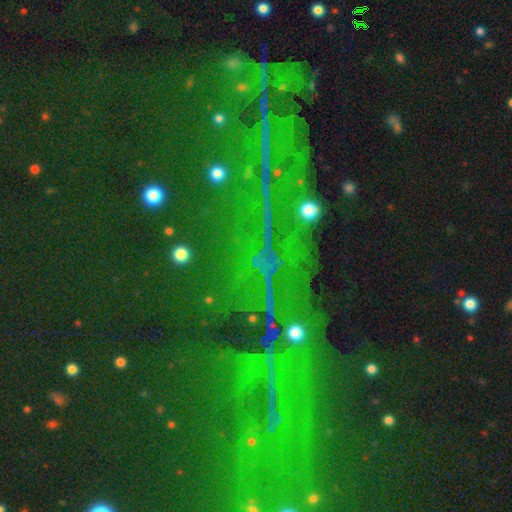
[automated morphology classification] A star or artifact, not a galaxy (83%).